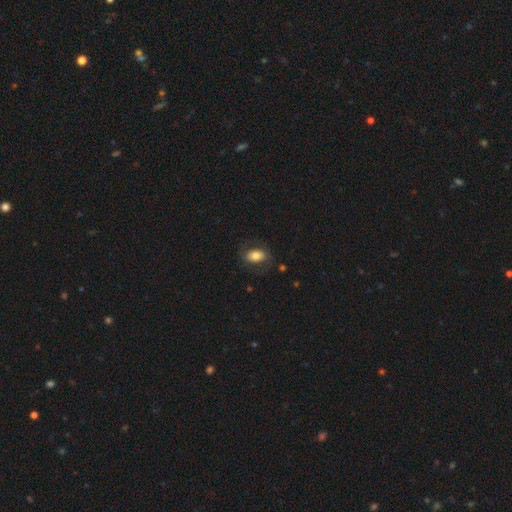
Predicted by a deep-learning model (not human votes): A smooth galaxy with no disk features (70%) that is in between round and cigar-shaped (88%). Merging: none (73%).